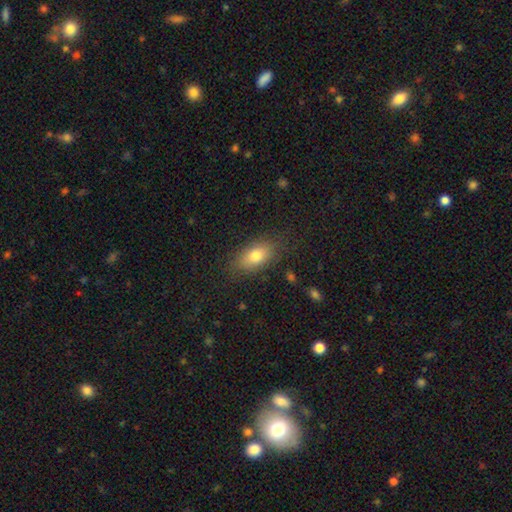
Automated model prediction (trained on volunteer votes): Q: Smooth or featured?
A: smooth (78%); runner-up: featured or disk (13%)
Q: How rounded?
A: in between (86%); runner-up: round (7%)
Q: Merging?
A: none (81%); runner-up: minor disturbance (13%)